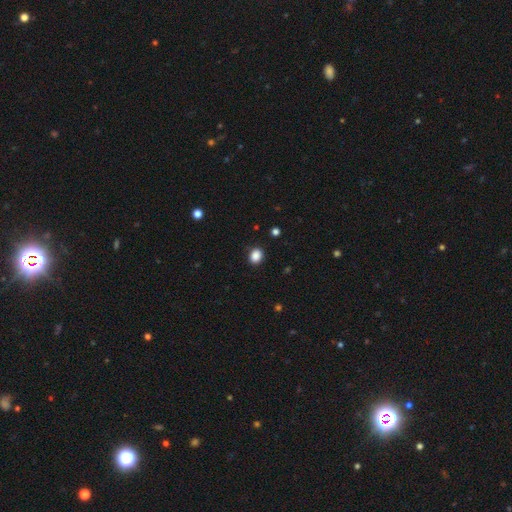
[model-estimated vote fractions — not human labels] Smooth or featured? Predicted: smooth (p=0.88). How rounded? Predicted: round (p=0.52). Merging? Predicted: none (p=0.89).